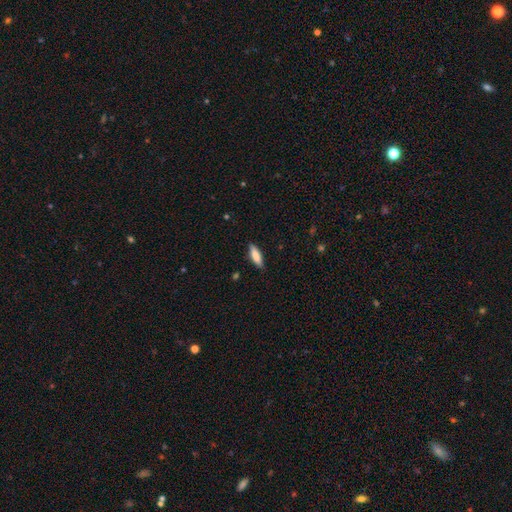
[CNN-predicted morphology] The model was most divided on "how rounded": cigar-shaped: 55%, in between: 43%, round: 2%. More confident: merging — none (86%); smooth or featured — smooth (78%).